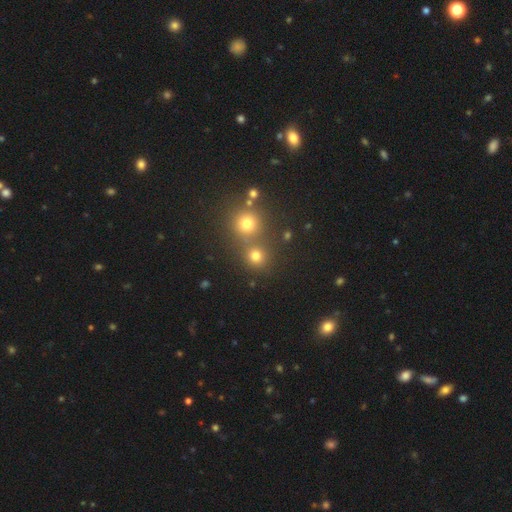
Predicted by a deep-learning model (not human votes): Smooth or featured: smooth — 75% (star or artifact — 19%)
How rounded: round — 88% (in between — 10%)
Merging: none — 65% (merger — 25%)